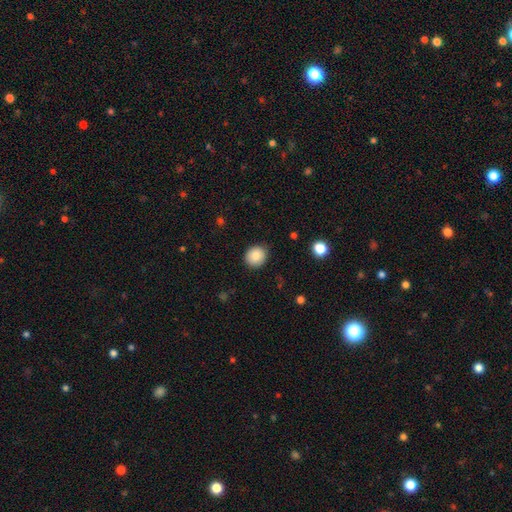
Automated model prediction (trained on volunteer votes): A smooth galaxy with no disk features (84%) that is round (80%).

Vote fractions:
- Smooth or featured? smooth: 84% / star or artifact: 9% / featured or disk: 8%
- How rounded? round: 80% / in between: 19% / cigar-shaped: 1%
- Merging? none: 87% / minor disturbance: 9% / major disturbance: 2% / merger: 1%